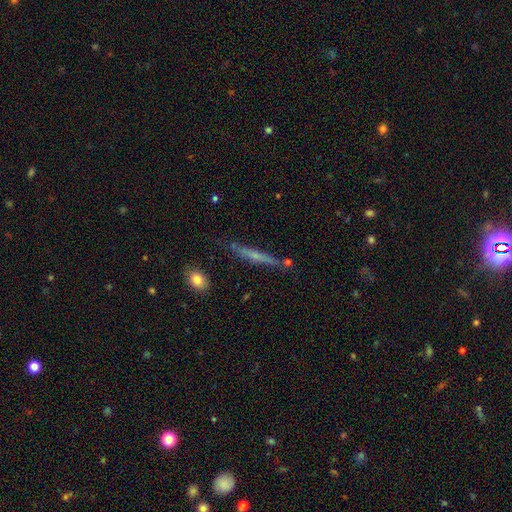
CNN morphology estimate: Overall: featured or disk (54%; smooth 38%). Edge-on disk: yes (94%). Edge-on bulge: rounded (47%, tied with none). Merging: none (78%).